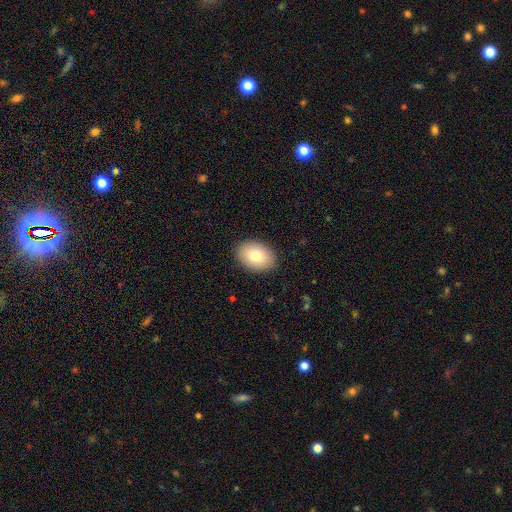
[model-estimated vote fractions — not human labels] Smooth or featured?
  - smooth: 81% *
  - featured or disk: 12%
  - star or artifact: 7%
How rounded?
  - in between: 82% *
  - round: 17%
  - cigar-shaped: 1%
Merging?
  - none: 89% *
  - minor disturbance: 8%
  - major disturbance: 2%
  - merger: 1%